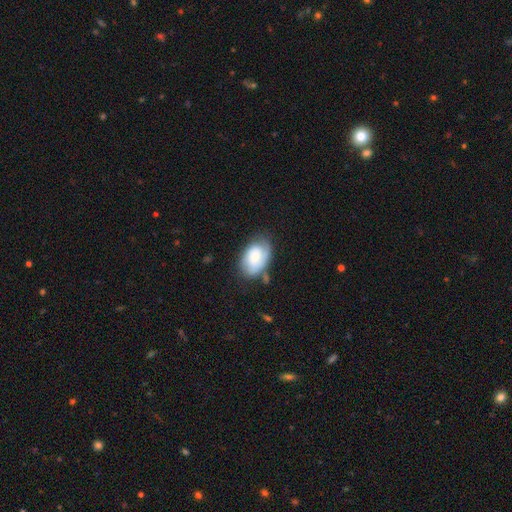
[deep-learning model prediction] A smooth galaxy with no disk features (58%) that is in between round and cigar-shaped (87%).

Vote fractions:
- Smooth or featured? smooth: 58% / featured or disk: 35% / star or artifact: 7%
- How rounded? in between: 87% / round: 12% / cigar-shaped: 1%
- Merging? none: 59% / minor disturbance: 27% / major disturbance: 10% / merger: 5%